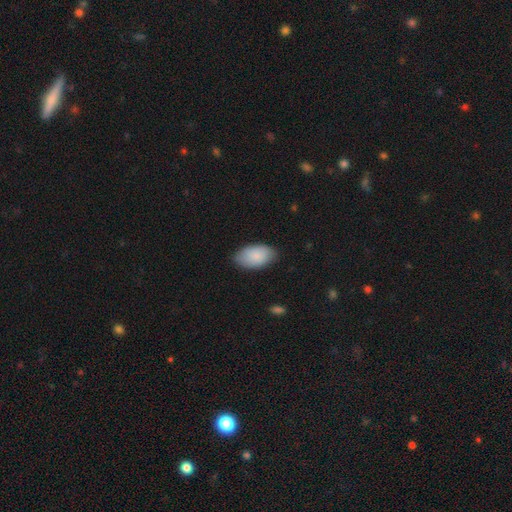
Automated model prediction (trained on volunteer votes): This appears to be a smooth galaxy with no disk features (87%) that is in between round and cigar-shaped (95%). Merging: none (81%).